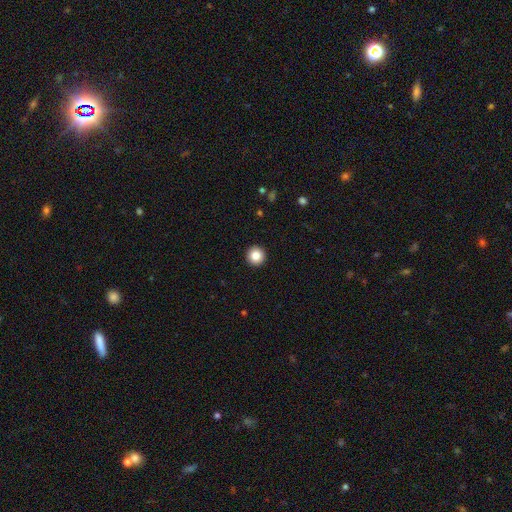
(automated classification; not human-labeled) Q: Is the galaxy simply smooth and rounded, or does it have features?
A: smooth — 85%.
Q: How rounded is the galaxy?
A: round — 95%.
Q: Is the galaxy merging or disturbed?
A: none — 94%.